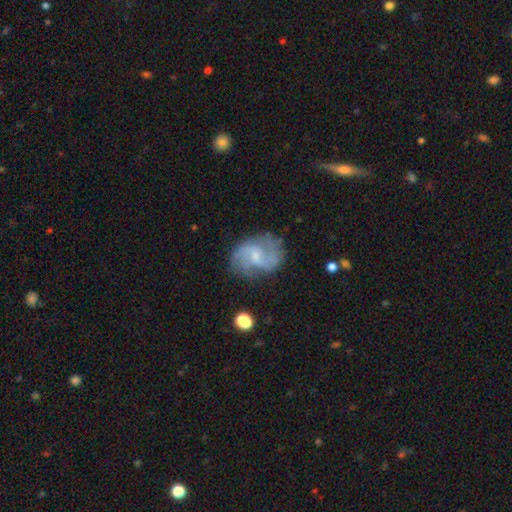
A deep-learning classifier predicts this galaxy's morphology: This is likely a featured or disk galaxy (77%). It is clearly not viewed edge-on (97%). Bar: possibly weak (53%). Spiral arm pattern: clearly yes (92%). Spiral arm count: clearly 2 (81%). Spiral winding: marginally medium (43%, tied with loose). Central bulge: possibly small (58%). Merging: likely none (68%).